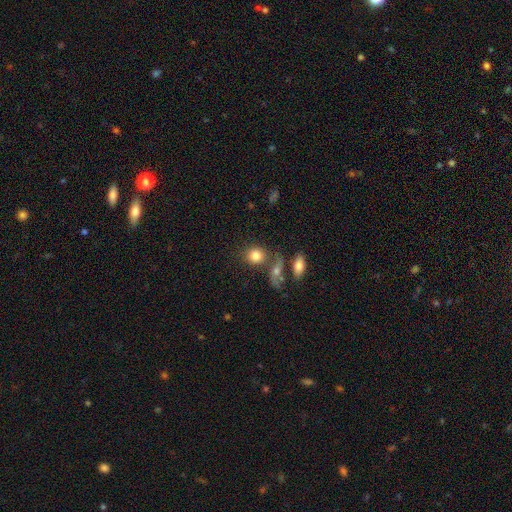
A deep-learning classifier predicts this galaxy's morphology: This is clearly a smooth galaxy (81%). How rounded: likely round (74%). Merging: possibly none (59%).